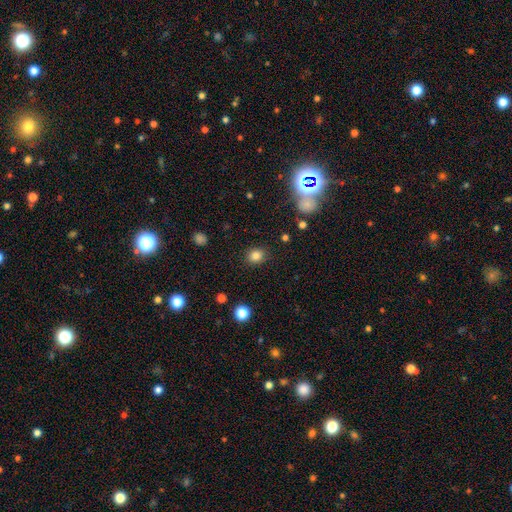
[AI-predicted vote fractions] smooth_or_featured: smooth (p=0.83) [alt: star or artifact p=0.12]
how_rounded: round (p=0.67) [alt: in between p=0.32]
merging: none (p=0.88) [alt: minor disturbance p=0.08]